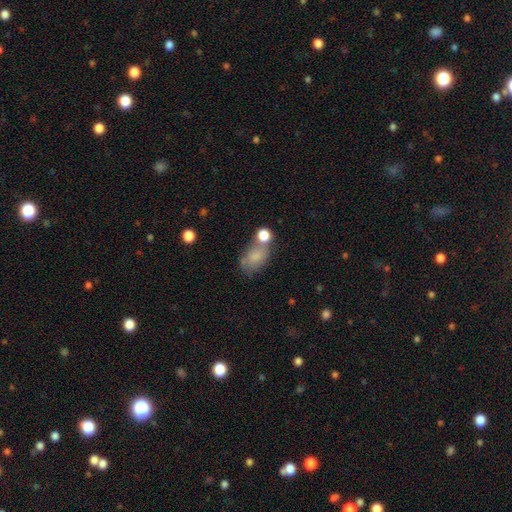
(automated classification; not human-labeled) Smooth or featured? smooth (74%)
How rounded? in between (82%)
Merging? none (43%)